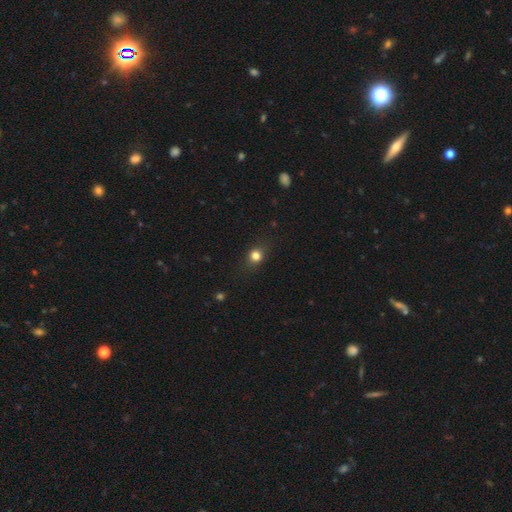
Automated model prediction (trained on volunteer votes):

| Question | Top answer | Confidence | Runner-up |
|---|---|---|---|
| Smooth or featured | smooth | 78% | star or artifact (14%) |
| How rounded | round | 71% | in between (27%) |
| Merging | none | 82% | minor disturbance (13%) |